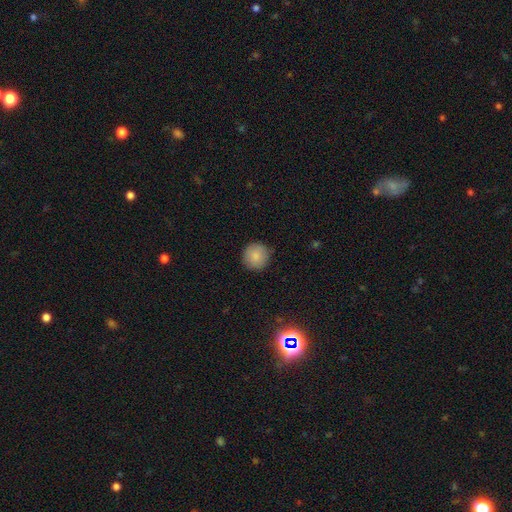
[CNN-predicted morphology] A smooth galaxy with no disk features (85%) that is round (94%). Merging: none (86%).